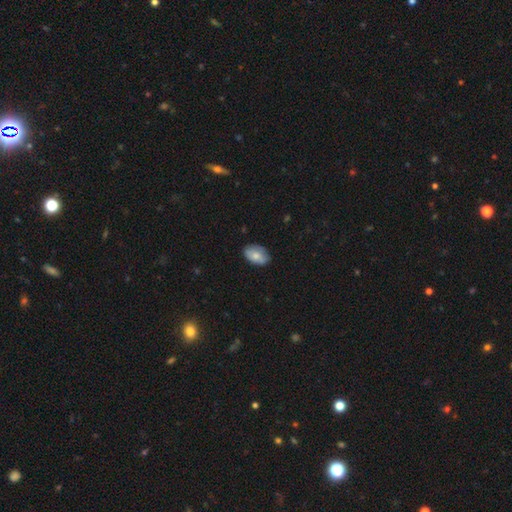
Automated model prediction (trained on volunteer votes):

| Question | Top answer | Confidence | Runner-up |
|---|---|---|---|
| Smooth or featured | smooth | 70% | featured or disk (24%) |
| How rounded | in between | 89% | round (10%) |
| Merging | none | 75% | minor disturbance (20%) |